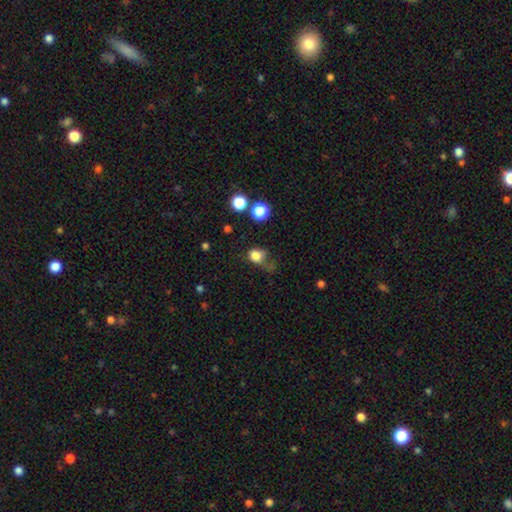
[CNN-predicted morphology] type=smooth (80%); roundness=round (65%); merging=none (34%).